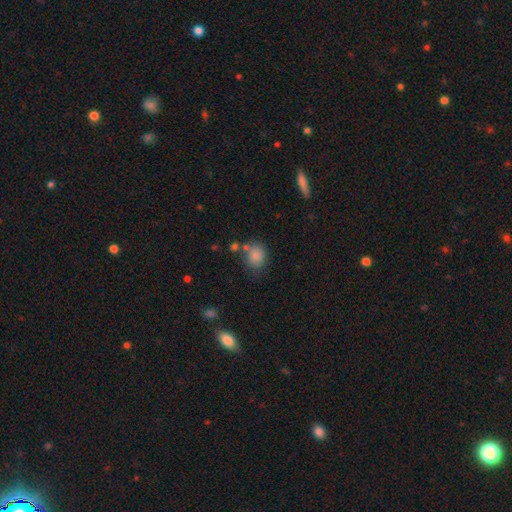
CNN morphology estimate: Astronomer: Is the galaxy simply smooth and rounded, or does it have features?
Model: smooth — 84%.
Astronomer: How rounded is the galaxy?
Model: round — 68%.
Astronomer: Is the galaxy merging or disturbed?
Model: none — 68%.